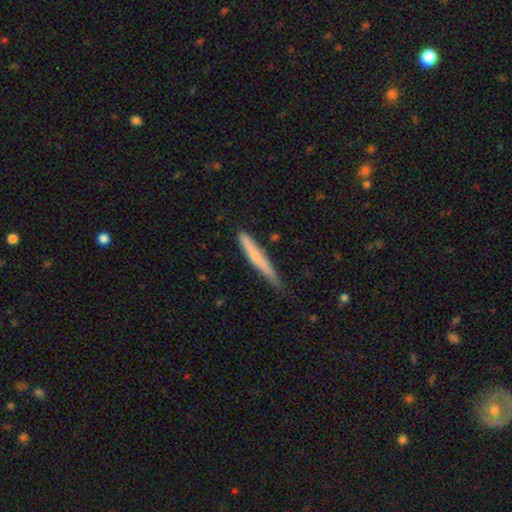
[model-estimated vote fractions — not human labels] A smooth galaxy with no disk features (64%) that is cigar-shaped (96%). Merging: none (72%).